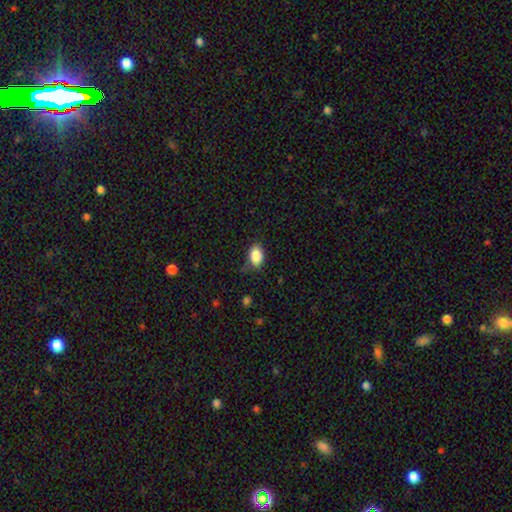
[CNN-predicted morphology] type=smooth (87%); roundness=in between (86%); merging=none (75%).